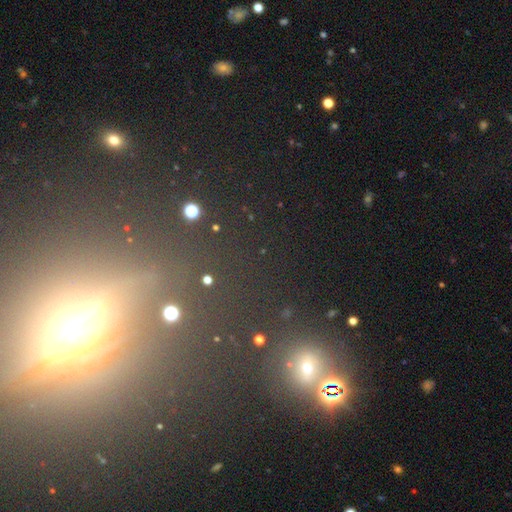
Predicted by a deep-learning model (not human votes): Smooth or featured? Predicted: star or artifact (p=0.51).